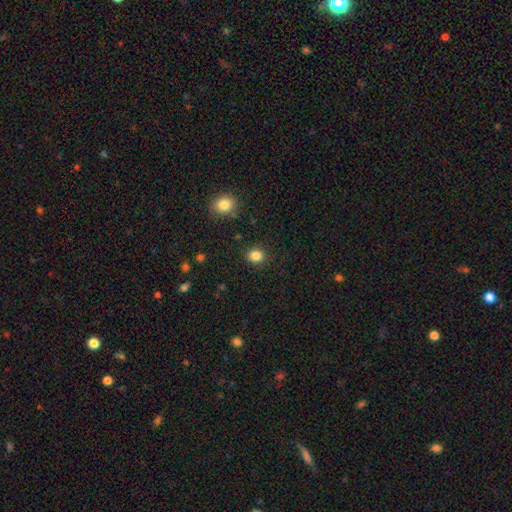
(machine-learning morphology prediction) Smooth or featured: smooth — 85% (star or artifact — 11%)
How rounded: round — 74% (in between — 25%)
Merging: none — 89% (minor disturbance — 7%)